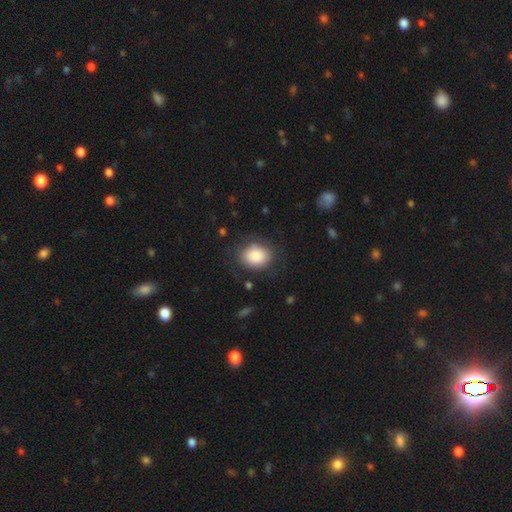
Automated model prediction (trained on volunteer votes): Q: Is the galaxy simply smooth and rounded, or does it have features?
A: smooth — 84%.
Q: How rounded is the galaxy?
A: in between — 57%.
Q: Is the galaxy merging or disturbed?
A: none — 74%.